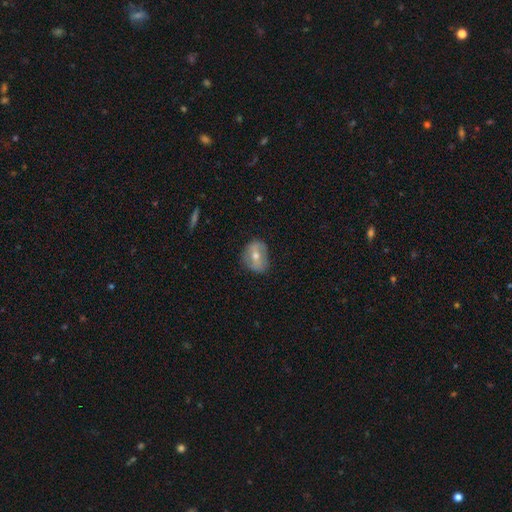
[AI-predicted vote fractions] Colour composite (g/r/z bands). It shows a featured or disk galaxy (53%). Merging: none (76%).